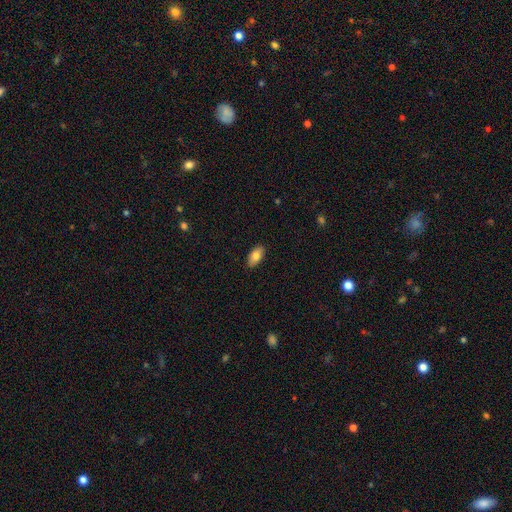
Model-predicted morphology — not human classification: smooth_or_featured: smooth (p=0.79) [alt: featured or disk p=0.14]
how_rounded: in between (p=0.92) [alt: cigar-shaped p=0.05]
merging: none (p=0.89) [alt: minor disturbance p=0.08]